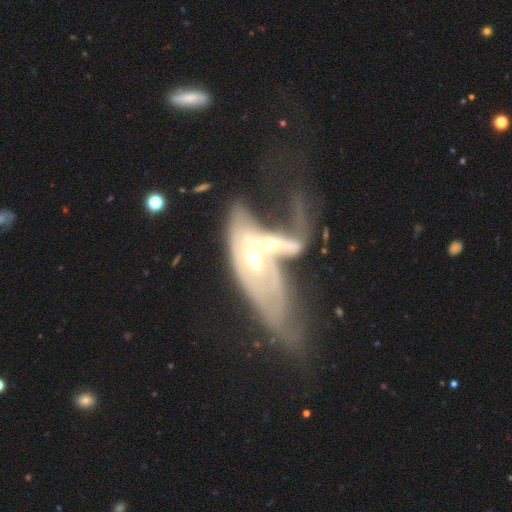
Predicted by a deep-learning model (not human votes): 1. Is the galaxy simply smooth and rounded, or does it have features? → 75% featured or disk, 18% smooth, 7% star or artifact.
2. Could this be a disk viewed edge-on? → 80% no, 20% yes.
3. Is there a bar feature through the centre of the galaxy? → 72% no, 19% weak, 8% strong.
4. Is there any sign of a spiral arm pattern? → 52% yes, 48% no.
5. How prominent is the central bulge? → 69% moderate, 20% small, 8% large, 2% none, 1% dominant.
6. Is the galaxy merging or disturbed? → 66% merger, 19% major disturbance, 9% none, 7% minor disturbance.